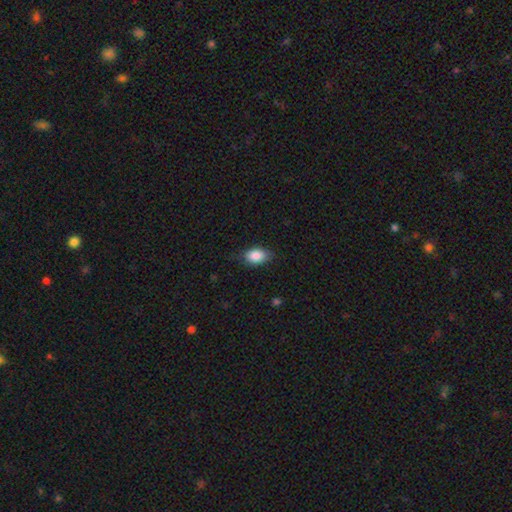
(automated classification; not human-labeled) A smooth galaxy with no disk features (87%) that is in between round and cigar-shaped (87%). Merging: none (78%).